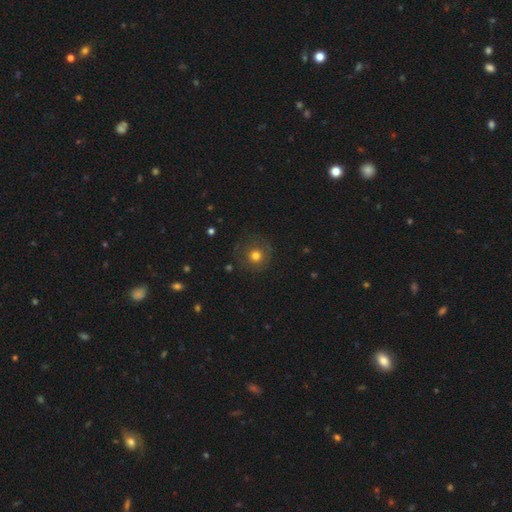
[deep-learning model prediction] Smooth or featured: smooth — 69% (featured or disk — 17%)
How rounded: round — 94% (in between — 5%)
Merging: none — 81% (minor disturbance — 12%)